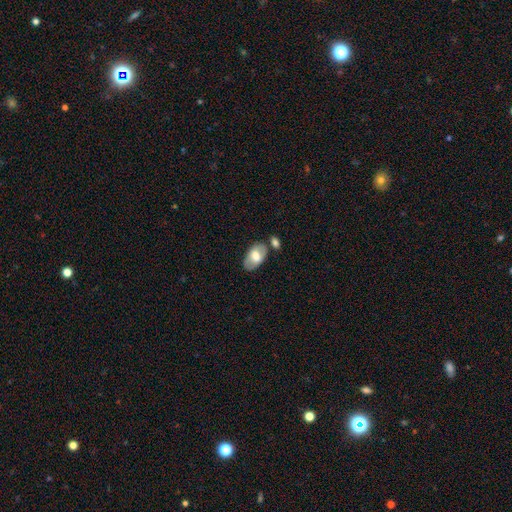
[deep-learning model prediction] Smooth or featured? Predicted: smooth (p=0.61). How rounded? Predicted: in between (p=0.94). Merging? Predicted: none (p=0.64).